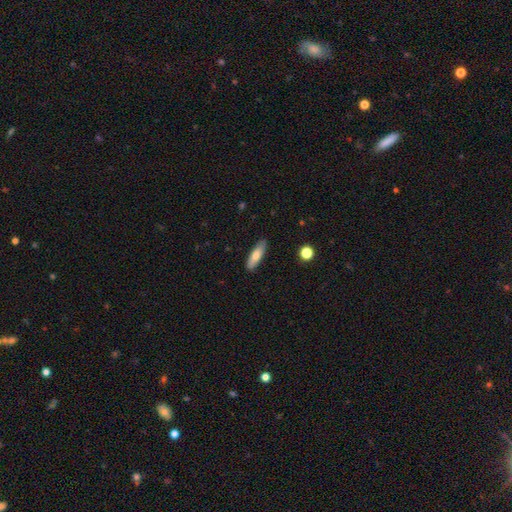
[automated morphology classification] Smooth or featured?
  - smooth: 70% *
  - featured or disk: 24%
  - star or artifact: 6%
How rounded?
  - cigar-shaped: 56% *
  - in between: 42%
  - round: 2%
Merging?
  - none: 87% *
  - minor disturbance: 10%
  - major disturbance: 2%
  - merger: 1%